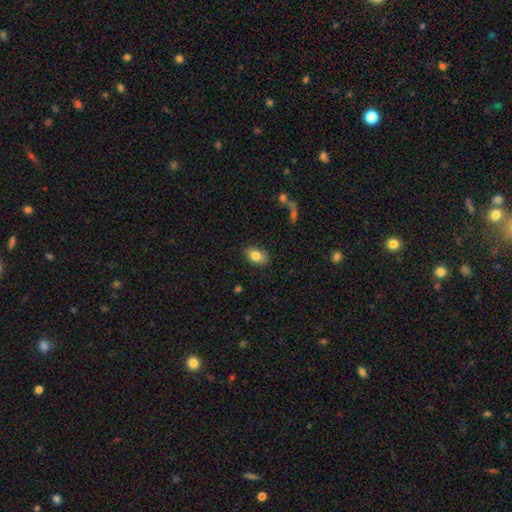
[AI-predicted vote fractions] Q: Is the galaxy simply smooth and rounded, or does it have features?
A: smooth — 82%.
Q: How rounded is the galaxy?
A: in between — 89%.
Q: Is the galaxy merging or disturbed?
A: none — 85%.